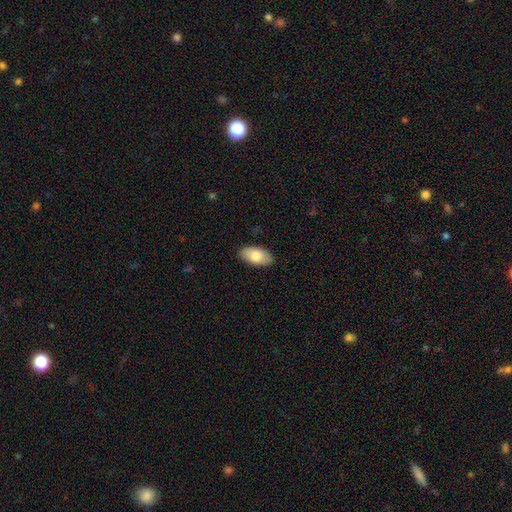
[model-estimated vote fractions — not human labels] smooth 80%, featured or disk 14%, star or artifact 6%. Down the decision tree: how rounded — in between (95%); merging — none (87%).